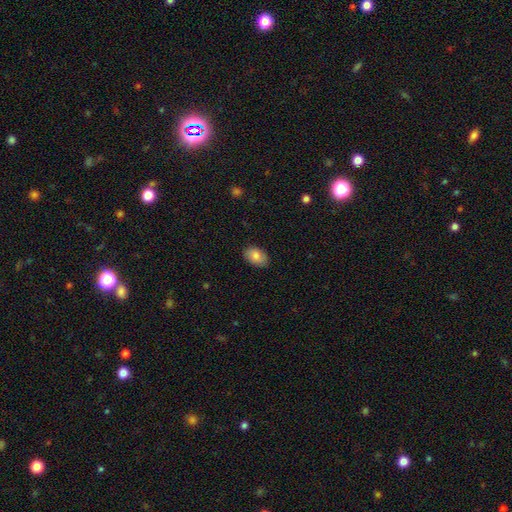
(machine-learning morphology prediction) The model was most divided on "smooth or featured": smooth: 84%, featured or disk: 9%, star or artifact: 7%. More confident: how rounded — in between (89%); merging — none (87%).